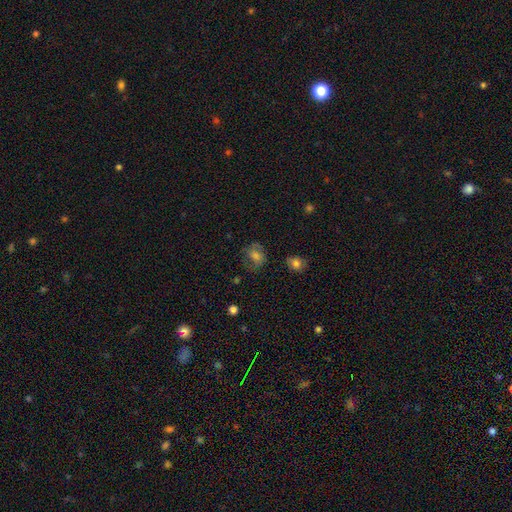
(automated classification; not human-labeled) Smooth or featured? Predicted: smooth (p=0.52). How rounded? Predicted: round (p=0.52). Merging? Predicted: none (p=0.66).